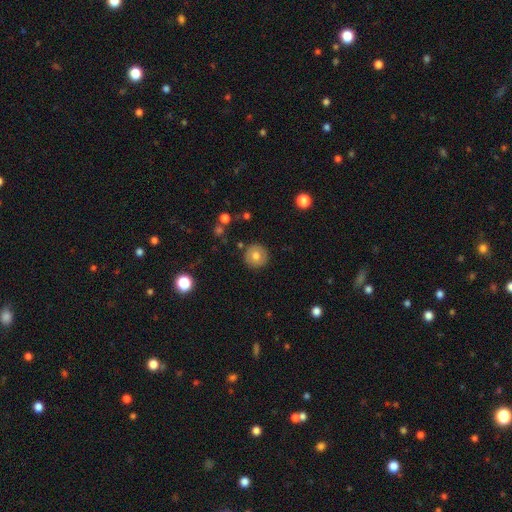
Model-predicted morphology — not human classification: smooth_or_featured: smooth (p=0.72) [alt: featured or disk p=0.20]
how_rounded: round (p=0.95) [alt: in between p=0.04]
merging: none (p=0.89) [alt: minor disturbance p=0.07]